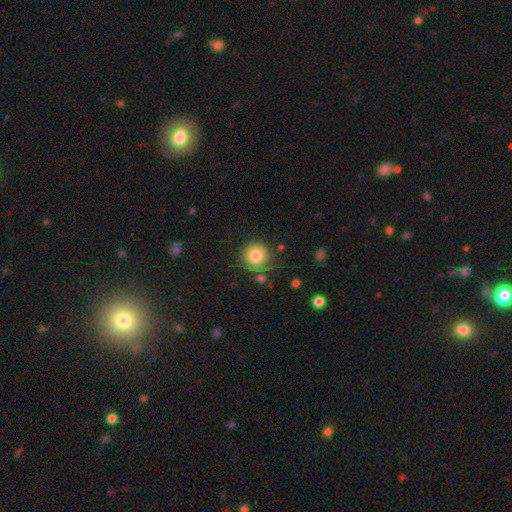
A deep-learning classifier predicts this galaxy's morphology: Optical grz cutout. It shows a smooth galaxy with no disk features (82%) that is round (93%). Merging: none (82%).